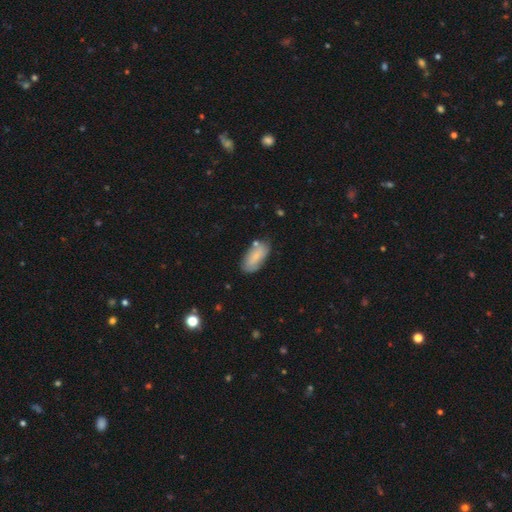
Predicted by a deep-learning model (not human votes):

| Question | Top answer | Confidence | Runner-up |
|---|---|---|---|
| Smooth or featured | smooth | 77% | featured or disk (16%) |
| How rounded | in between | 88% | cigar-shaped (10%) |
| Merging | none | 75% | minor disturbance (17%) |